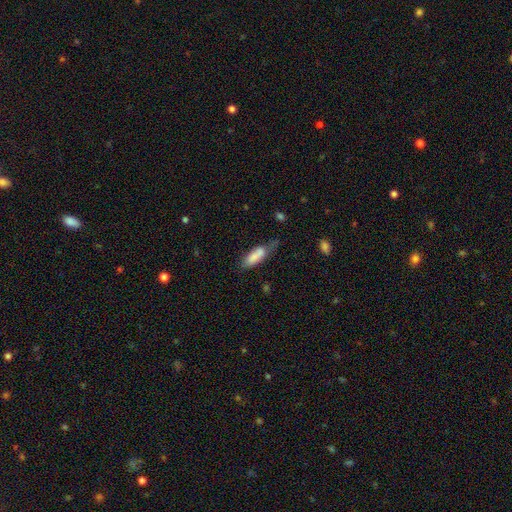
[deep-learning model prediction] Overall: smooth (78%). How rounded: in between (63%; cigar-shaped 35%). Merging: none (38%; minor disturbance 35%).